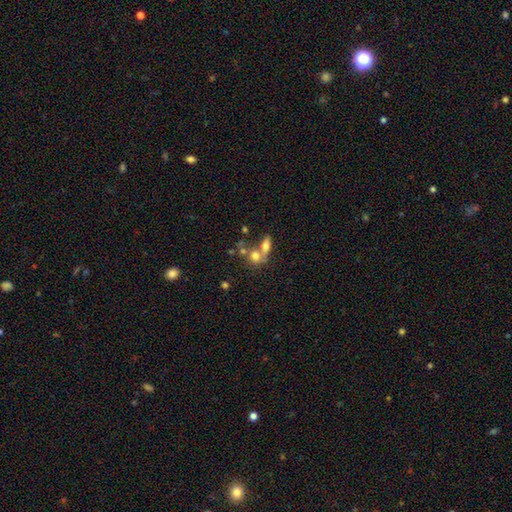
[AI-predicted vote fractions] Smooth or featured?
  - smooth: 69% *
  - featured or disk: 20%
  - star or artifact: 11%
How rounded?
  - round: 52% *
  - in between: 44%
  - cigar-shaped: 4%
Merging?
  - merger: 55% *
  - none: 31%
  - minor disturbance: 8%
  - major disturbance: 6%